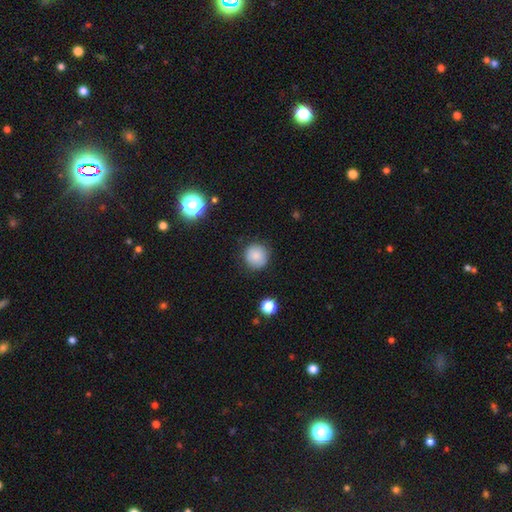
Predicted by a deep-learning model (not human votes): A smooth galaxy with no disk features (85%) that is round (94%). Merging: none (87%).